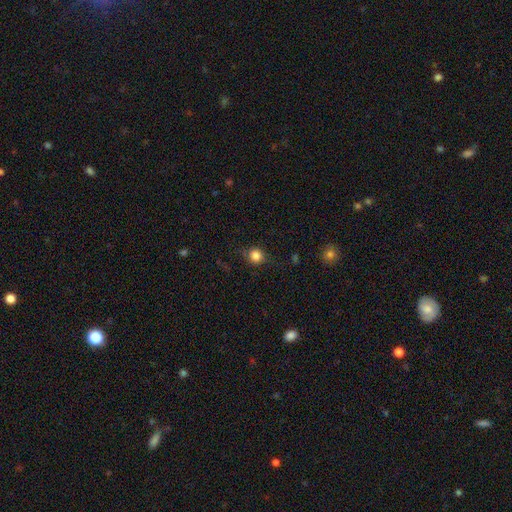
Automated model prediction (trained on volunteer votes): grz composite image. It shows a smooth galaxy with no disk features (83%) that is round (86%). Merging: none (79%).